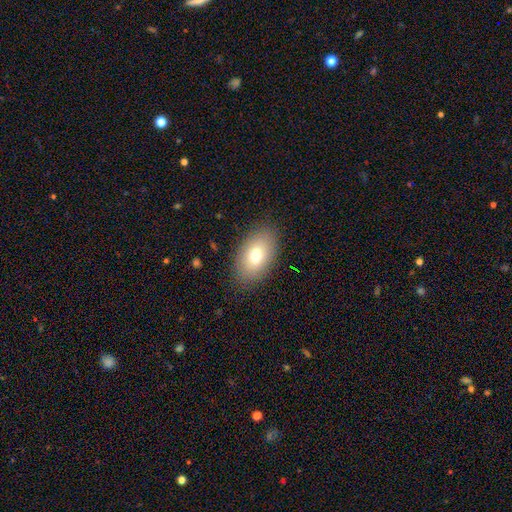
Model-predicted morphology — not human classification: Q: Smooth or featured?
A: smooth (73%); runner-up: featured or disk (17%)
Q: How rounded?
A: in between (89%); runner-up: round (10%)
Q: Merging?
A: none (86%); runner-up: minor disturbance (10%)